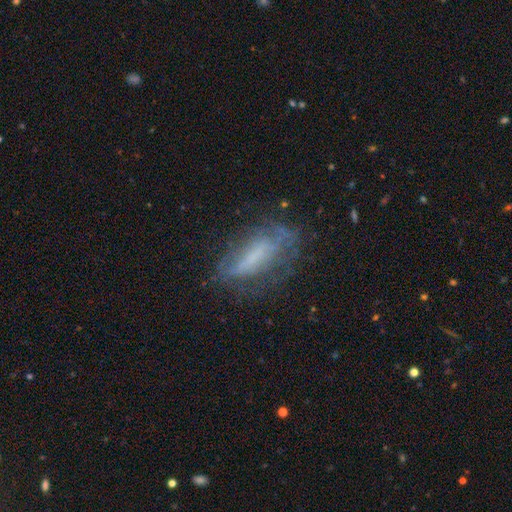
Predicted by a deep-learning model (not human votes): Smooth or featured: featured or disk — 48% (smooth — 41%)
Merging: none — 59% (minor disturbance — 24%)